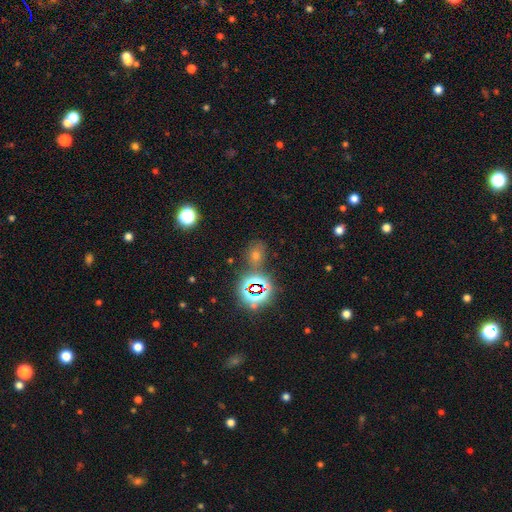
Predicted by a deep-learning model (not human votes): This is possibly a star or artifact rather than a galaxy (53%).